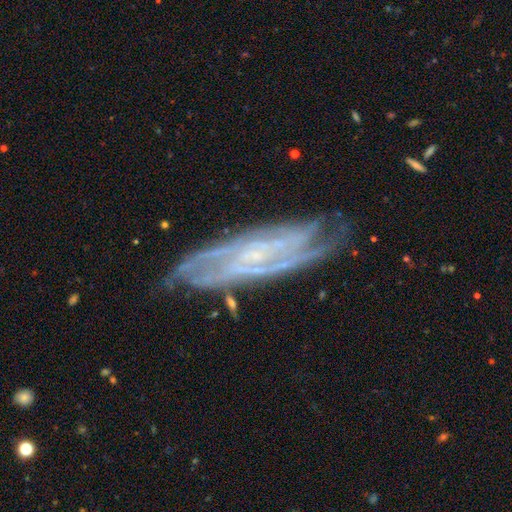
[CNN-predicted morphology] Smooth or featured?
  - featured or disk: 83% *
  - smooth: 10%
  - star or artifact: 7%
Edge-on disk?
  - no: 78% *
  - yes: 22%
Bar?
  - no: 45% *
  - weak: 35%
  - strong: 19%
Spiral arms?
  - yes: 94% *
  - no: 6%
Spiral winding?
  - tight: 59% *
  - medium: 33%
  - loose: 9%
Spiral arm count?
  - can't tell: 35% *
  - 2: 26%
  - 3: 16%
  - 4: 10%
  - more than 4: 6%
  - 1: 6%
Bulge size?
  - small: 68% *
  - none: 20%
  - moderate: 9%
  - large: 1%
  - dominant: 1%
Merging?
  - none: 75% *
  - minor disturbance: 17%
  - major disturbance: 6%
  - merger: 2%